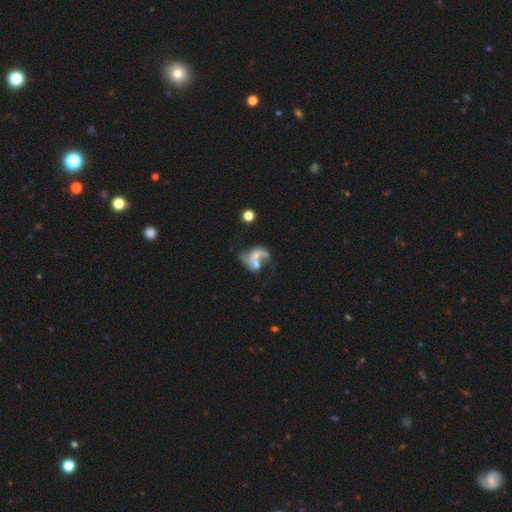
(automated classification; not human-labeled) Smooth or featured? Predicted: featured or disk (p=0.63). Edge-on disk? Predicted: no (p=0.97). Bar? Predicted: no (p=0.68). Spiral arms? Predicted: yes (p=0.65). Bulge size? Predicted: moderate (p=0.35). Merging? Predicted: merger (p=0.53).